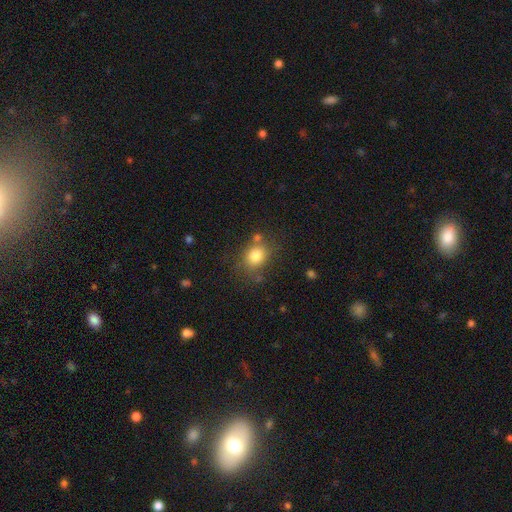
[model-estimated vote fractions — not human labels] Smooth or featured? Predicted: smooth (p=0.80). How rounded? Predicted: round (p=0.54). Merging? Predicted: none (p=0.66).